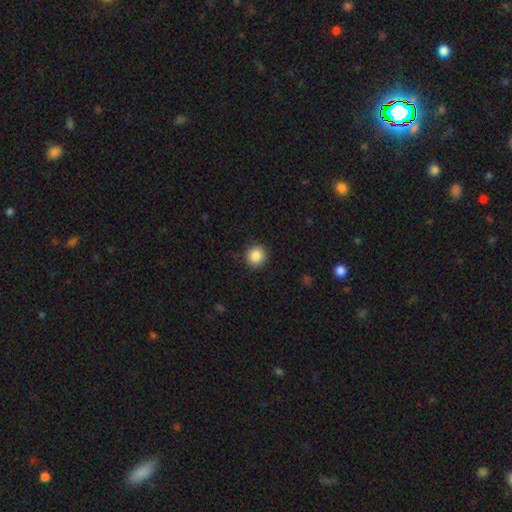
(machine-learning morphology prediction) This appears to be a smooth galaxy with no disk features (86%) that is round (93%). Merging: none (91%).